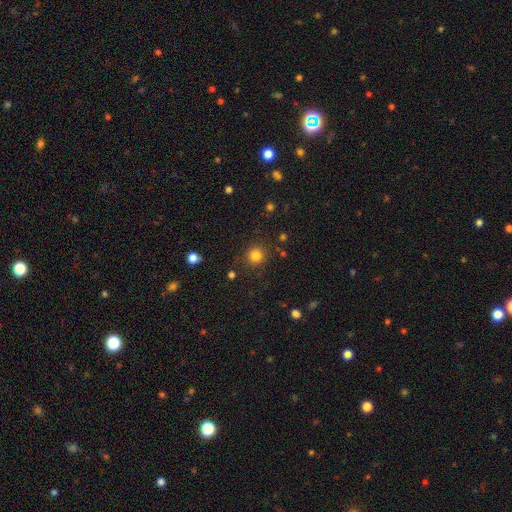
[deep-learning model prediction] smooth 82%, star or artifact 13%, featured or disk 5%. Down the decision tree: how rounded — round (93%); merging — none (87%).